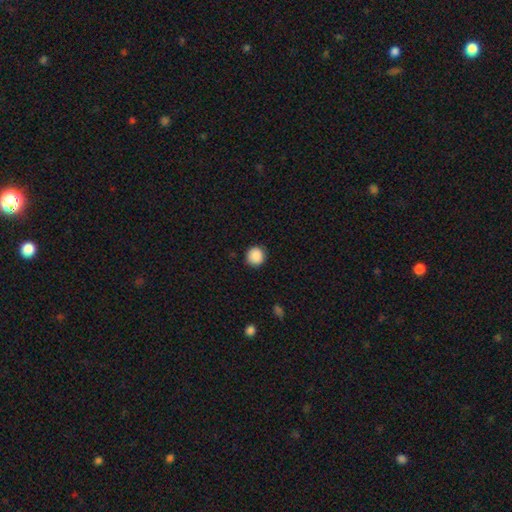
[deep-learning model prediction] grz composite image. It shows a smooth galaxy with no disk features (89%) that is round (93%). Merging: none (89%).